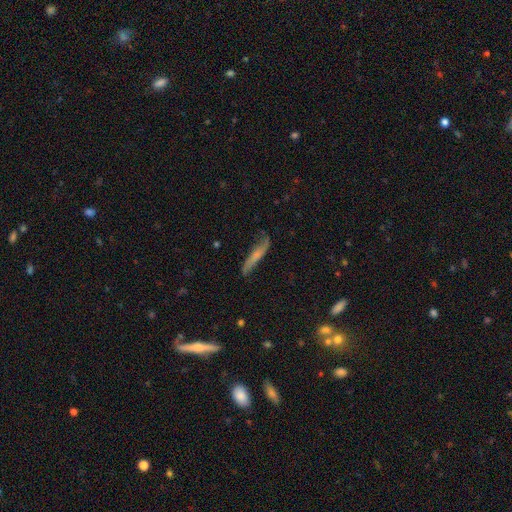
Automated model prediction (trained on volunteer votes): Smooth or featured?
  - featured or disk: 56% *
  - smooth: 36%
  - star or artifact: 8%
Edge-on disk?
  - no: 52% *
  - yes: 48%
Merging?
  - none: 66% *
  - minor disturbance: 24%
  - major disturbance: 8%
  - merger: 3%